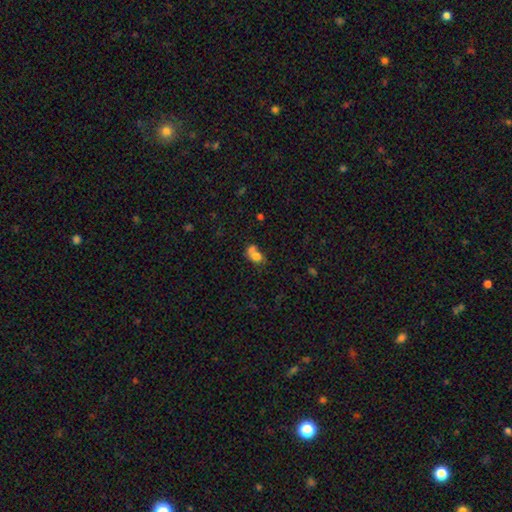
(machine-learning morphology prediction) Smooth or featured?
  - smooth: 72% *
  - featured or disk: 17%
  - star or artifact: 11%
How rounded?
  - in between: 56% *
  - round: 43%
  - cigar-shaped: 2%
Merging?
  - merger: 56% *
  - none: 25%
  - minor disturbance: 11%
  - major disturbance: 8%